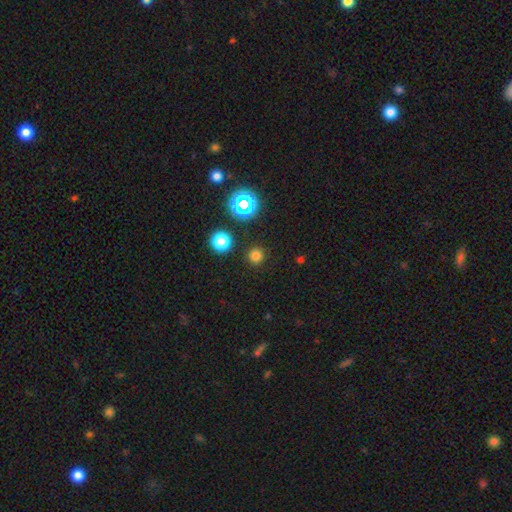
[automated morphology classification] smooth-or-featured: smooth: 71% | star or artifact: 24% | featured or disk: 5%
  how-rounded: round: 95% | in between: 4% | cigar-shaped: 1%
  merging: none: 90% | minor disturbance: 5% | major disturbance: 3% | merger: 2%